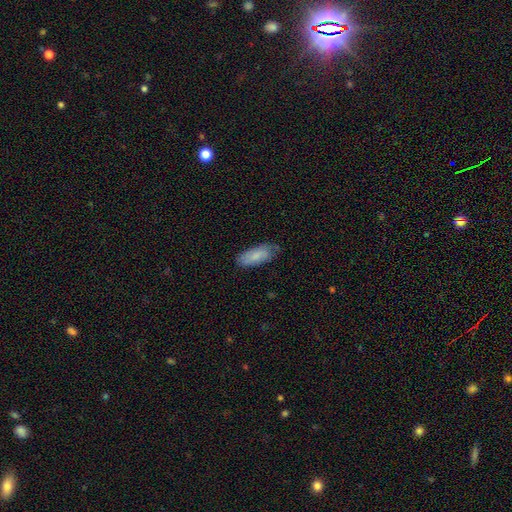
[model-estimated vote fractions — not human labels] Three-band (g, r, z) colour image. It shows a smooth galaxy with no disk features (77%) that is in between round and cigar-shaped (80%). Merging: none (67%).